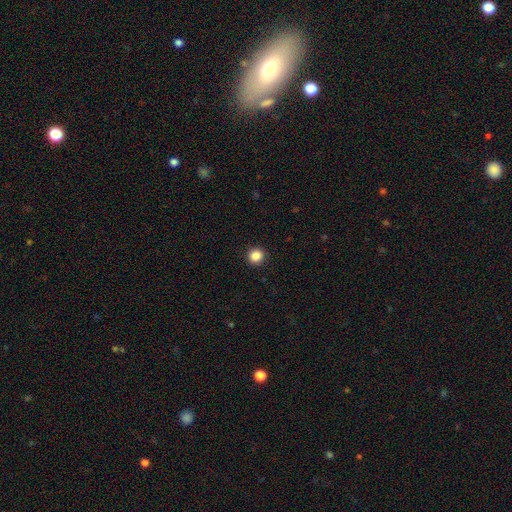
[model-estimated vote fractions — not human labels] Smooth or featured? smooth (86%)
How rounded? round (92%)
Merging? none (93%)